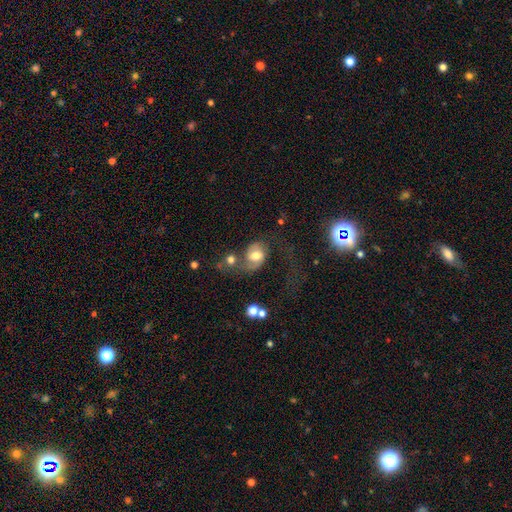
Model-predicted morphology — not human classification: A featured or disk galaxy (53%) with no bar (57%), spiral arms (81%) and a moderate central bulge (63%). Merging: none (36%).